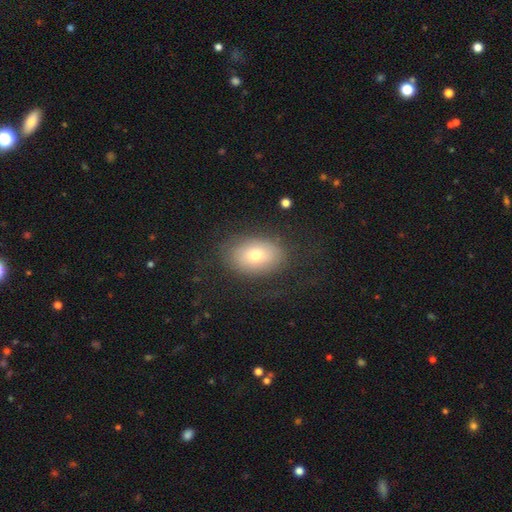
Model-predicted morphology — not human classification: Smooth or featured?
  - smooth: 66% *
  - featured or disk: 24%
  - star or artifact: 10%
How rounded?
  - in between: 81% *
  - round: 18%
  - cigar-shaped: 1%
Merging?
  - none: 73% *
  - minor disturbance: 15%
  - major disturbance: 11%
  - merger: 1%